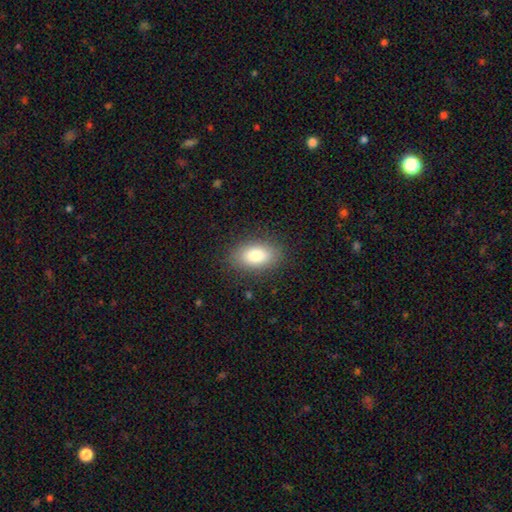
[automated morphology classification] A smooth galaxy with no disk features (82%) that is in between round and cigar-shaped (91%). Merging: none (86%).